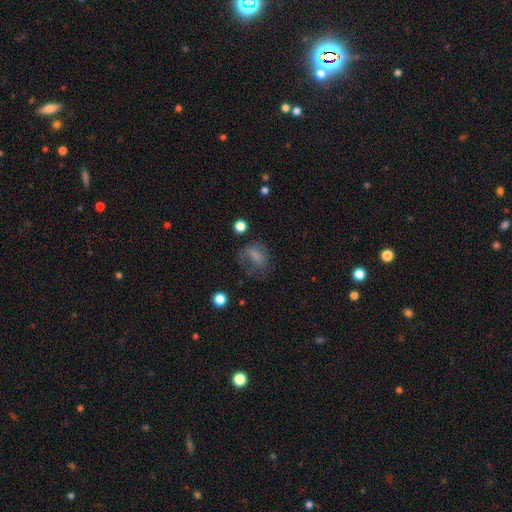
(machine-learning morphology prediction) Smooth or featured? smooth (65%)
How rounded? in between (62%)
Merging? none (44%)